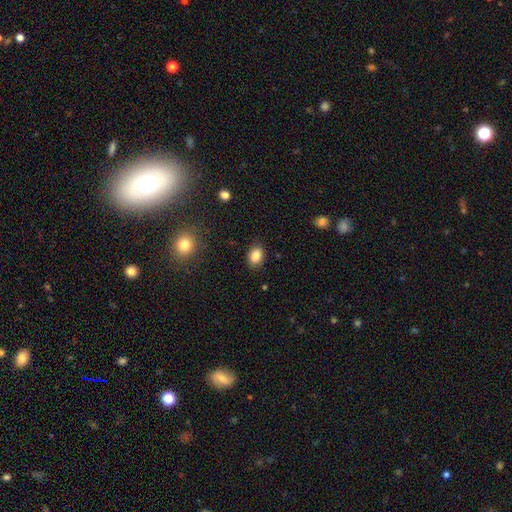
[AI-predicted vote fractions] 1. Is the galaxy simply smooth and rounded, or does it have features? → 86% smooth, 10% star or artifact, 5% featured or disk.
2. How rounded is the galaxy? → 68% in between, 31% round, 1% cigar-shaped.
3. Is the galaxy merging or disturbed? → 87% none, 9% minor disturbance, 2% major disturbance, 1% merger.